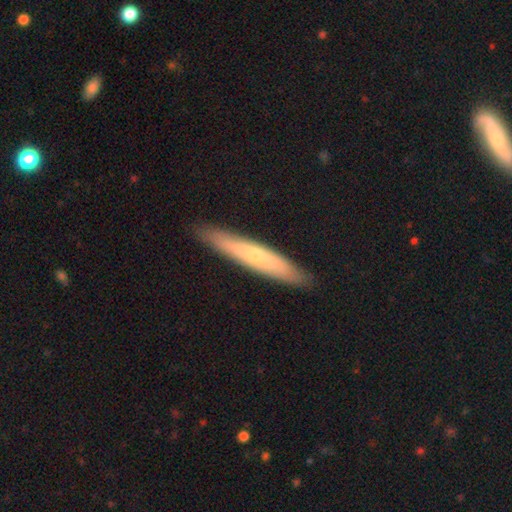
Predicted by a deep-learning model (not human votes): smooth-or-featured: smooth: 52% | featured or disk: 42% | star or artifact: 6%
  how-rounded: cigar-shaped: 92% | in between: 7% | round: 1%
  merging: none: 90% | minor disturbance: 8% | major disturbance: 2% | merger: 1%